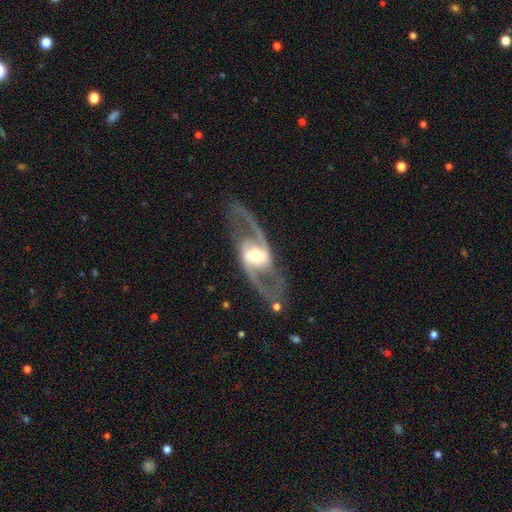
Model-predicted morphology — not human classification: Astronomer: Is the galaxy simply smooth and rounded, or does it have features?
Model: featured or disk — 90%.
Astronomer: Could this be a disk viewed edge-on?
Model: no — 93%.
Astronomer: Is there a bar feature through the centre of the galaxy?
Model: strong — 49% (runner-up: weak, 33%).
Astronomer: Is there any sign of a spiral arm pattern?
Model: yes — 92%.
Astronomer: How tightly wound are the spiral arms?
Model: medium — 54% (runner-up: loose, 34%).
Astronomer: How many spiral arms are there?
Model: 2 — 93%.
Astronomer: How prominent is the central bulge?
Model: moderate — 54%.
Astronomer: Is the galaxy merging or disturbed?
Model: none — 78%.